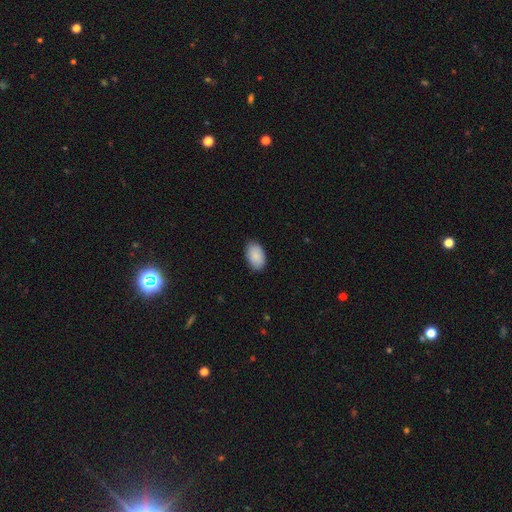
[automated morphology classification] smooth 90%, star or artifact 6%, featured or disk 5%. Down the decision tree: how rounded — in between (93%); merging — none (85%).